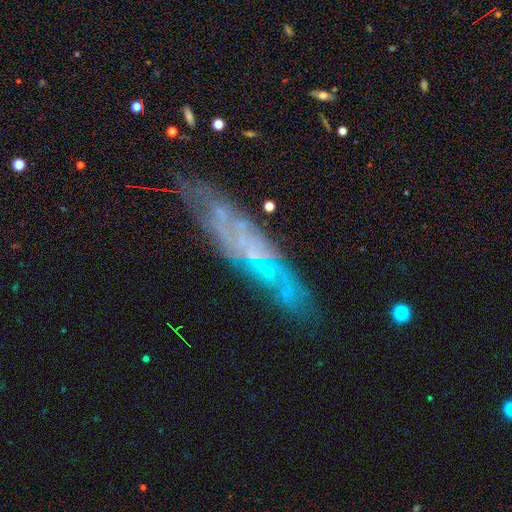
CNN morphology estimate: This appears to be a featured or disk galaxy (64%). Merging: none (75%).